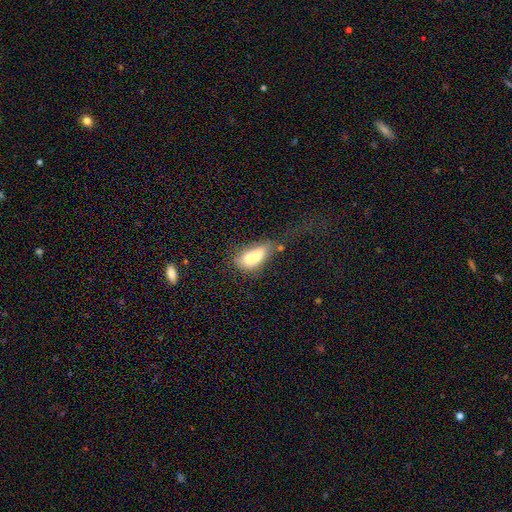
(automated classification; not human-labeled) This is likely a smooth galaxy (62%). How rounded: likely in between (72%). Merging: likely merger (64%).